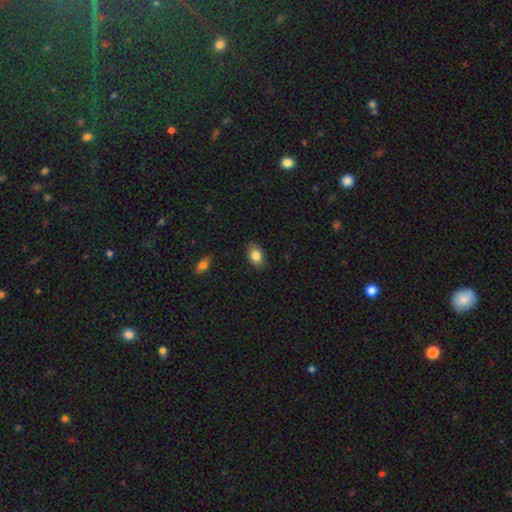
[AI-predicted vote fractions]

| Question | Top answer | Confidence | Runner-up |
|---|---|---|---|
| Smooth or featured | smooth | 83% | featured or disk (9%) |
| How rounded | in between | 84% | round (14%) |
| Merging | none | 86% | minor disturbance (11%) |